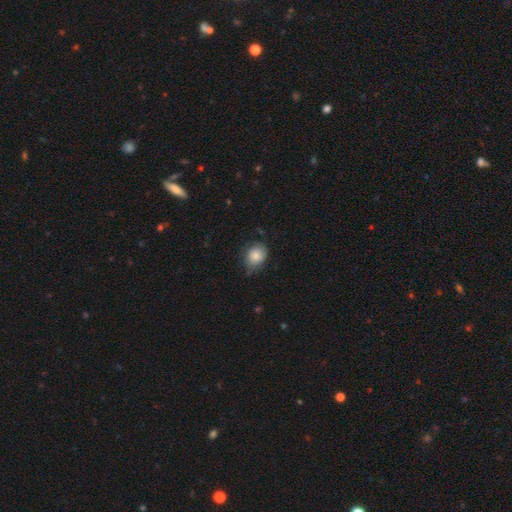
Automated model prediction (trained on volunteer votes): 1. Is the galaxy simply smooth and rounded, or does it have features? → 76% smooth, 17% featured or disk, 8% star or artifact.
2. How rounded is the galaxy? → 55% round, 44% in between, 1% cigar-shaped.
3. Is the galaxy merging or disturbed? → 56% none, 33% minor disturbance, 9% major disturbance, 1% merger.